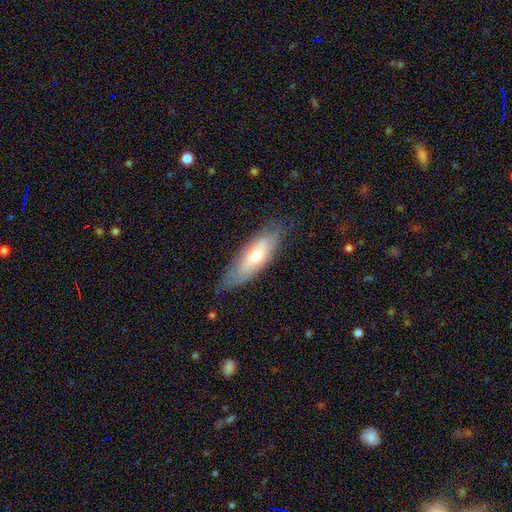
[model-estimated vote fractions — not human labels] smooth_or_featured: smooth (p=0.55) [alt: featured or disk p=0.39]
how_rounded: in between (p=0.61) [alt: cigar-shaped p=0.36]
merging: none (p=0.76) [alt: minor disturbance p=0.19]